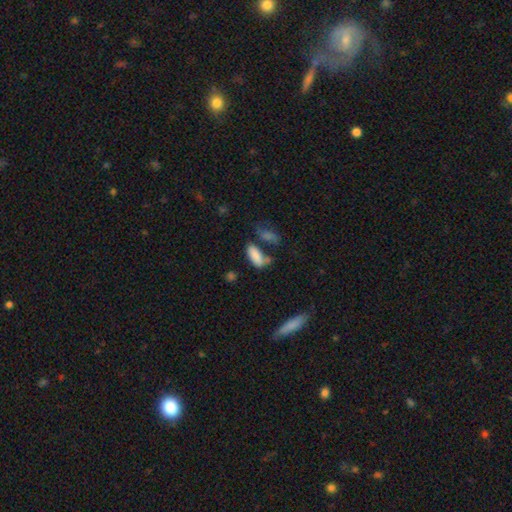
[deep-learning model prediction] Overall: smooth (82%). How rounded: in between (85%). Merging: none (41%; merger 28%).